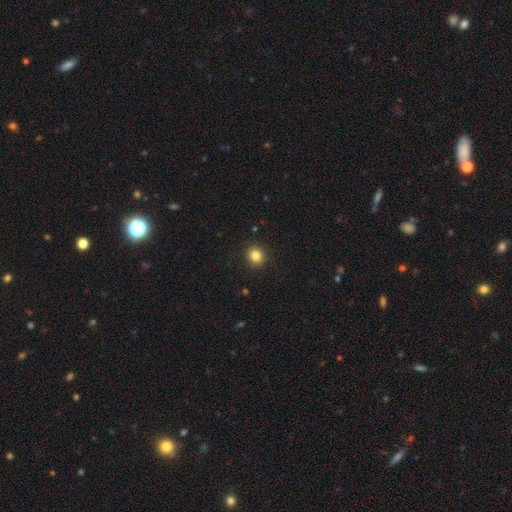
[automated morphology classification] A smooth galaxy with no disk features (84%) that is round (79%). Merging: none (91%).